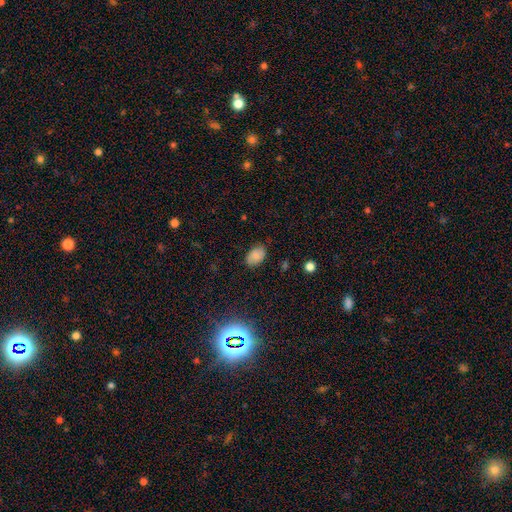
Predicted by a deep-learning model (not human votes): smooth-or-featured: smooth: 78% | star or artifact: 11% | featured or disk: 11%
  how-rounded: in between: 88% | round: 11% | cigar-shaped: 1%
  merging: none: 78% | minor disturbance: 17% | major disturbance: 4% | merger: 1%